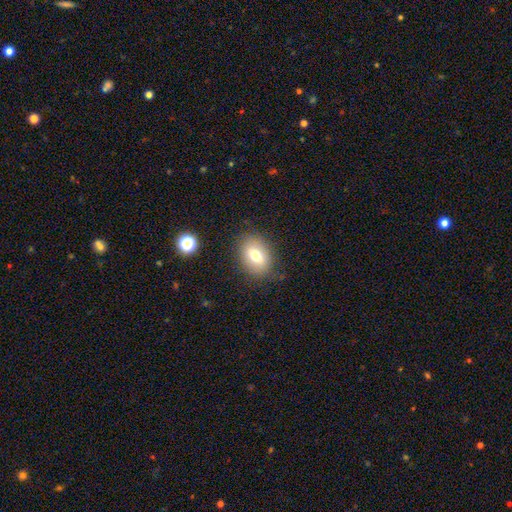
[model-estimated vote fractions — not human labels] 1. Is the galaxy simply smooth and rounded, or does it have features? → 72% smooth, 18% featured or disk, 10% star or artifact.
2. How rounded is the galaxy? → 76% in between, 23% round, 1% cigar-shaped.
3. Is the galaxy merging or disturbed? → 81% none, 13% minor disturbance, 4% major disturbance, 2% merger.